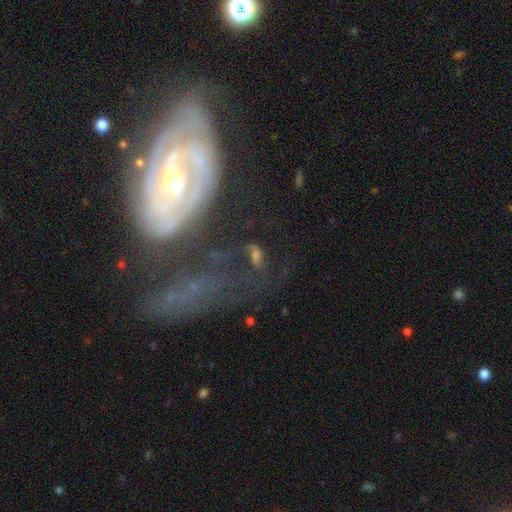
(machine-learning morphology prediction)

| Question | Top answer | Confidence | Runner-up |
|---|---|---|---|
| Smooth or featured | featured or disk | 51% | smooth (27%) |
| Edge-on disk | no | 84% | yes (16%) |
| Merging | none | 54% | minor disturbance (19%) |